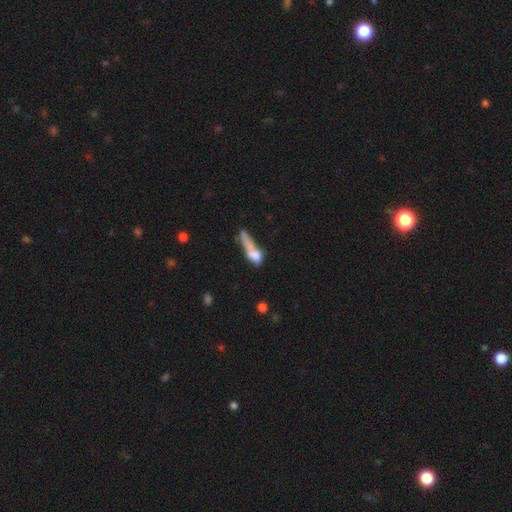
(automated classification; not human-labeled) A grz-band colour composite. It shows a smooth galaxy with no disk features (63%) that is cigar-shaped (54%). Merging: merger (39%).